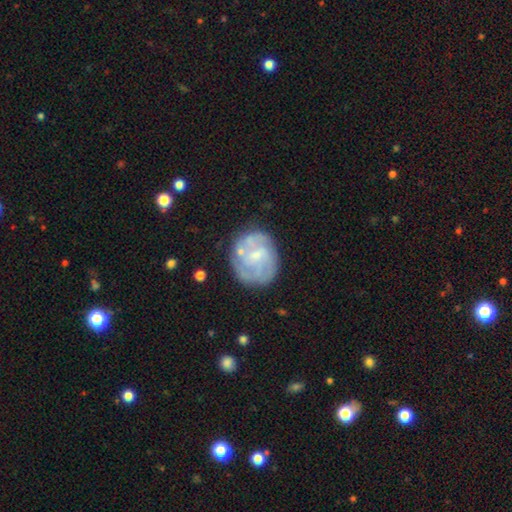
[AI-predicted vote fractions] A featured or disk galaxy (68%) with no bar (55%), spiral arms (73%) and a small central bulge (61%). Merging: none (70%).